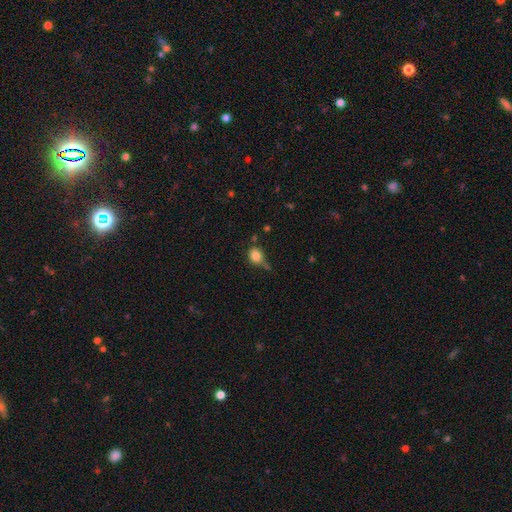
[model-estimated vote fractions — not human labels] Smooth or featured? Predicted: smooth (p=0.81). How rounded? Predicted: round (p=0.67). Merging? Predicted: none (p=0.54).